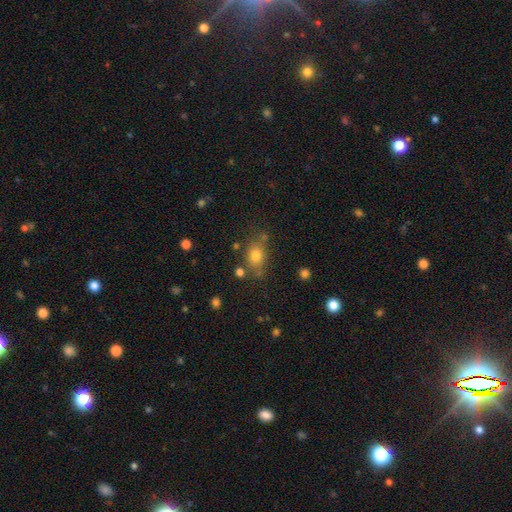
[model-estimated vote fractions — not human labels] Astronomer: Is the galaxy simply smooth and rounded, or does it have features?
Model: smooth — 76%.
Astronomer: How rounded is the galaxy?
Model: in between — 52% (runner-up: round, 46%).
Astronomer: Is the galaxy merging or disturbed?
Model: none — 68%.